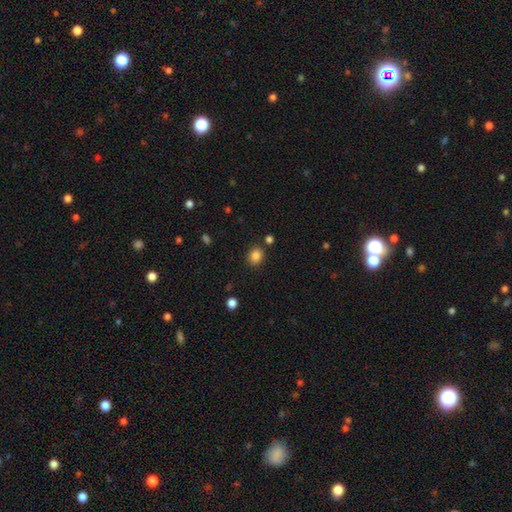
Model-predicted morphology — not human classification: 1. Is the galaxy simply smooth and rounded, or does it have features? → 85% smooth, 11% star or artifact, 4% featured or disk.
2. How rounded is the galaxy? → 61% round, 38% in between, 1% cigar-shaped.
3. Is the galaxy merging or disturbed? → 83% none, 10% minor disturbance, 4% merger, 3% major disturbance.